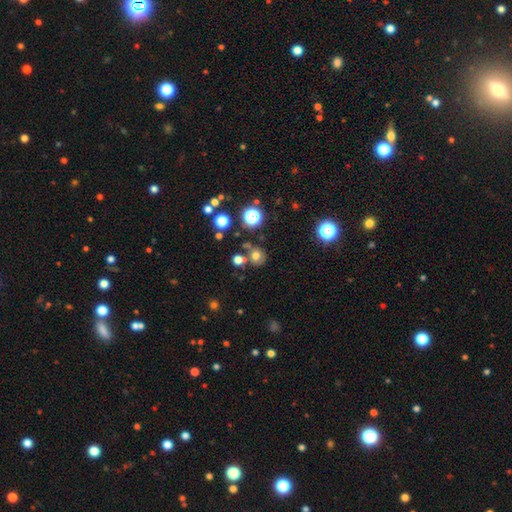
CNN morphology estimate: This appears to be a smooth galaxy with no disk features (69%) that is round (84%). Merging: none (67%).